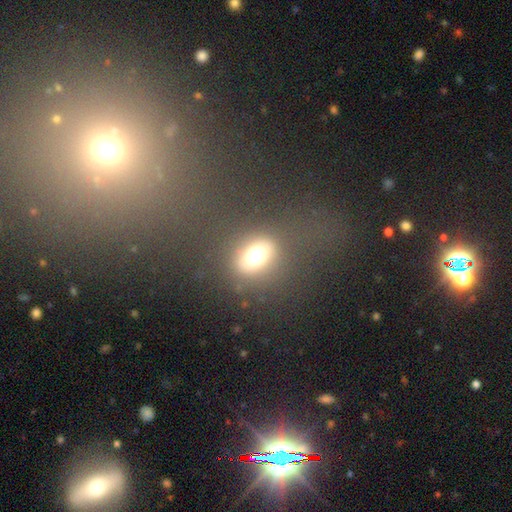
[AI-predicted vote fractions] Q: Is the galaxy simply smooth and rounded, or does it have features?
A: smooth — 66%.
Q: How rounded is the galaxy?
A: round — 51%.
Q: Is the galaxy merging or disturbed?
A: none — 80%.